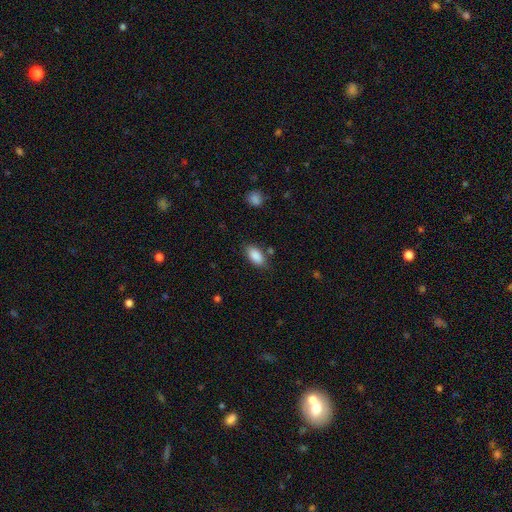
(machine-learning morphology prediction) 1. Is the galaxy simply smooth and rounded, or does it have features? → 89% smooth, 7% star or artifact, 4% featured or disk.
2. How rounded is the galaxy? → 92% in between, 5% cigar-shaped, 3% round.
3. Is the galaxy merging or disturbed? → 77% none, 15% minor disturbance, 4% major disturbance, 3% merger.